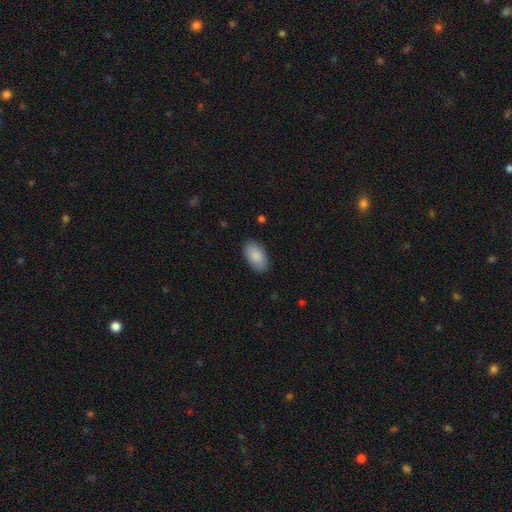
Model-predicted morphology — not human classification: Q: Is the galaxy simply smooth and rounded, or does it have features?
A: smooth — 89%.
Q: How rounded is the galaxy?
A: in between — 95%.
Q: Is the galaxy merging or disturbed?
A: none — 87%.